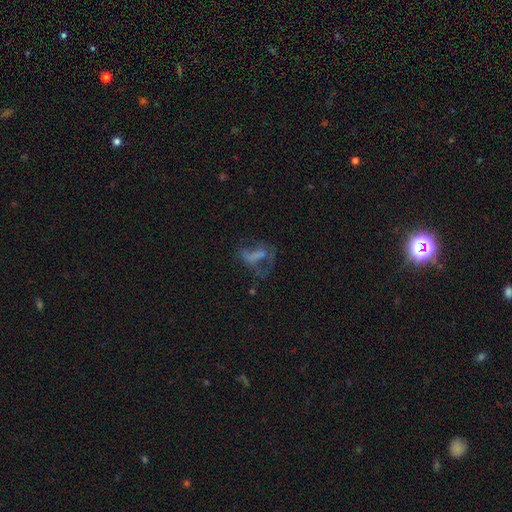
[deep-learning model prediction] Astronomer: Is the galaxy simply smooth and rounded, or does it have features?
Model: featured or disk — 43% (runner-up: smooth, 38%).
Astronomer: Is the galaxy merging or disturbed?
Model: major disturbance — 46% (runner-up: none, 31%).